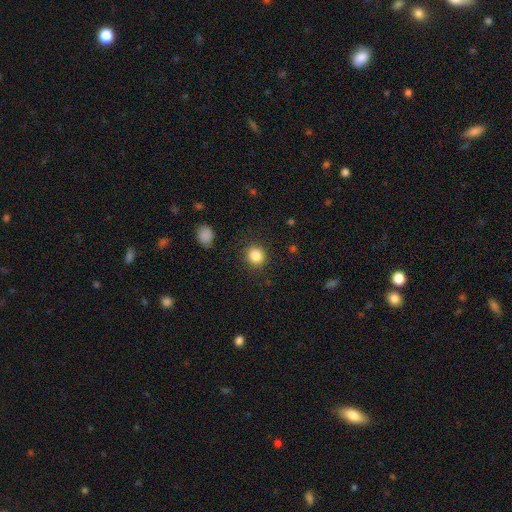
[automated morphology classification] smooth 84%, star or artifact 11%, featured or disk 5%. Down the decision tree: how rounded — round (87%); merging — none (88%).